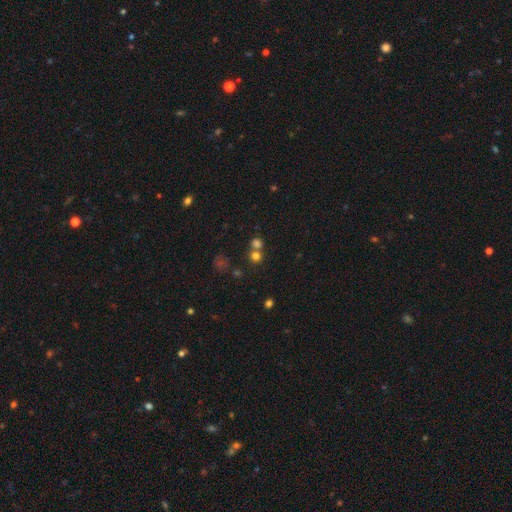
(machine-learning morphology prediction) smooth 72%, star or artifact 20%, featured or disk 8%. Down the decision tree: how rounded — round (88%); merging — none (61%).